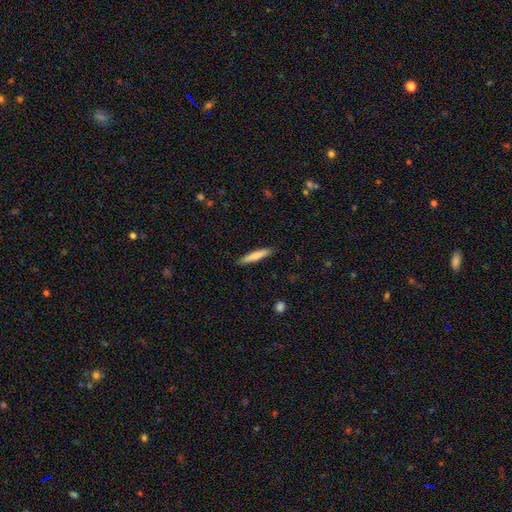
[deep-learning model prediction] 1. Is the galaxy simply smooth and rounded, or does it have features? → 74% smooth, 21% featured or disk, 6% star or artifact.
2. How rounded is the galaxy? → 93% cigar-shaped, 6% in between, 1% round.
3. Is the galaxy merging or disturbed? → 89% none, 8% minor disturbance, 2% major disturbance, 1% merger.